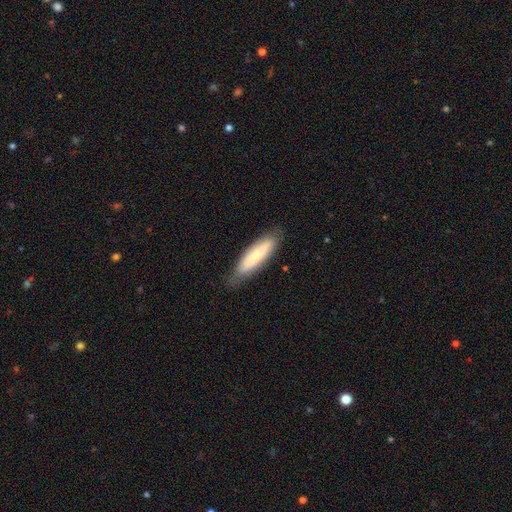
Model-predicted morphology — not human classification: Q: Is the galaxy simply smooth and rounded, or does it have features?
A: smooth — 63%.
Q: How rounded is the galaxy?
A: cigar-shaped — 66%.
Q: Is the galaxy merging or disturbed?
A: none — 76%.